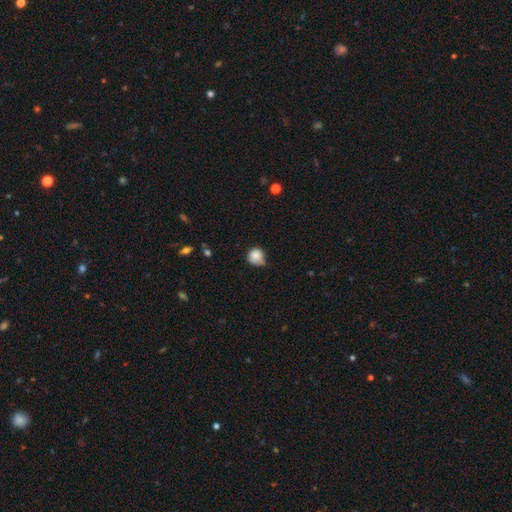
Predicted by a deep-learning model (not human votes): Morphology: type=smooth (83%); roundness=round (85%); merging=none (46%).